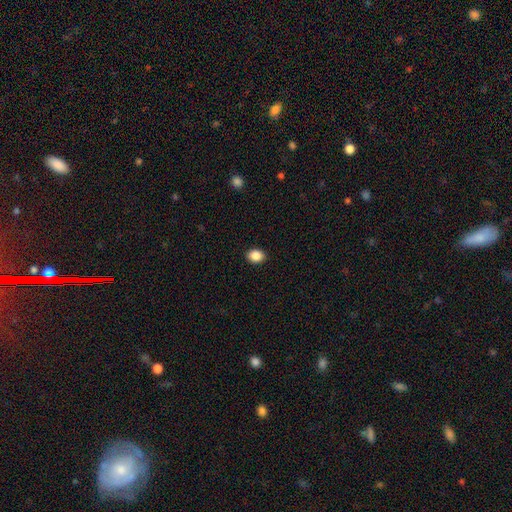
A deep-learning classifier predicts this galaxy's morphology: This appears to be a smooth galaxy with no disk features (88%) that is in between round and cigar-shaped (59%). Merging: none (91%).